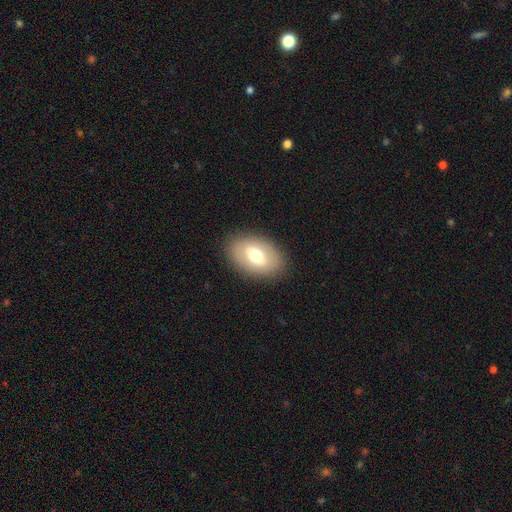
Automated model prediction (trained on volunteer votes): A smooth galaxy with no disk features (60%) that is in between round and cigar-shaped (87%).

Vote fractions:
- Smooth or featured? smooth: 60% / featured or disk: 32% / star or artifact: 8%
- How rounded? in between: 87% / round: 12% / cigar-shaped: 1%
- Merging? none: 86% / minor disturbance: 10% / major disturbance: 4% / merger: 1%